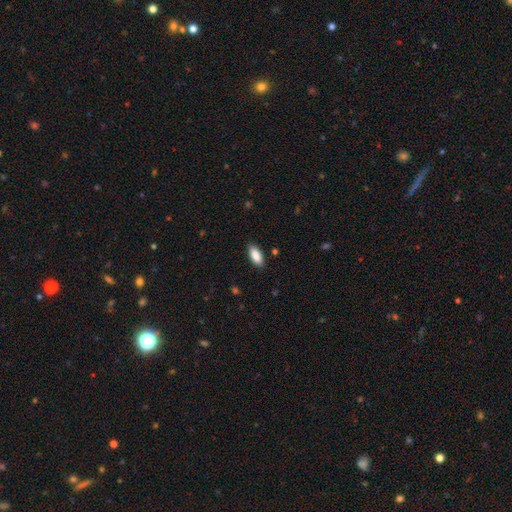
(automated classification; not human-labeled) Q: Smooth or featured?
A: smooth (88%); runner-up: star or artifact (6%)
Q: How rounded?
A: in between (85%); runner-up: cigar-shaped (13%)
Q: Merging?
A: none (87%); runner-up: minor disturbance (10%)